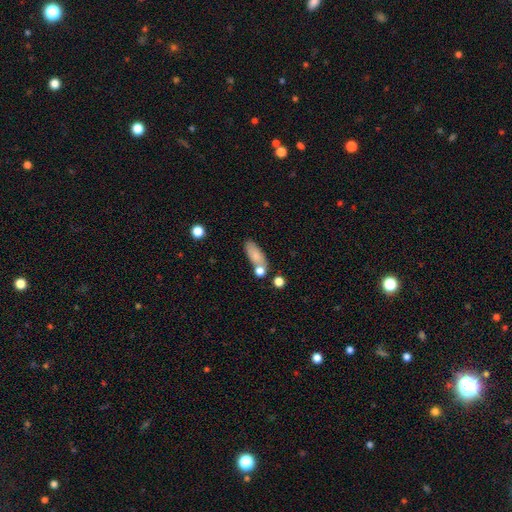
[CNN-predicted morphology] Smooth or featured? smooth (79%)
How rounded? in between (75%)
Merging? none (59%)